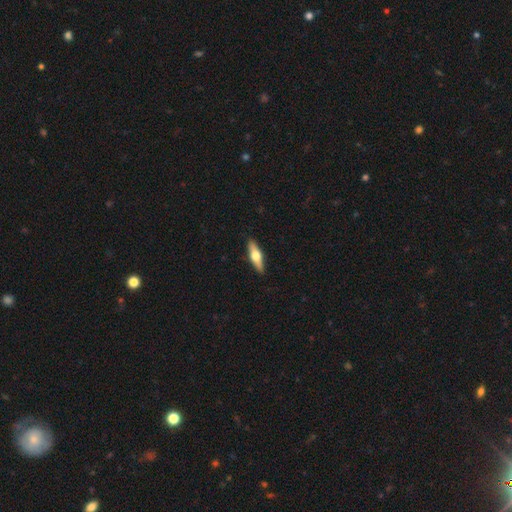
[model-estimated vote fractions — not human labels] Q: Smooth or featured?
A: featured or disk (53%); runner-up: smooth (42%)
Q: Edge-on disk?
A: yes (93%); runner-up: no (7%)
Q: Merging?
A: none (90%); runner-up: minor disturbance (7%)